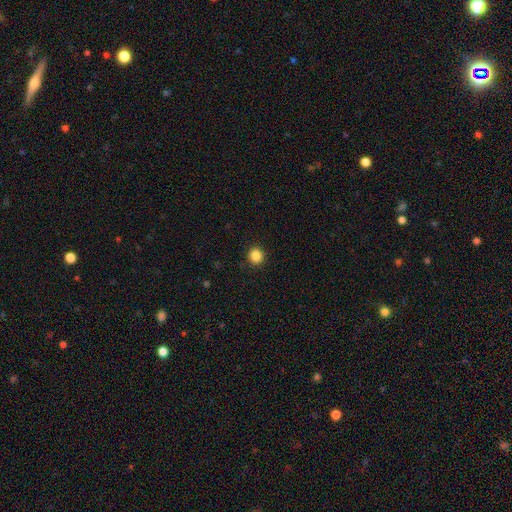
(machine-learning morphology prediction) type=smooth (86%); roundness=round (90%); merging=none (92%).